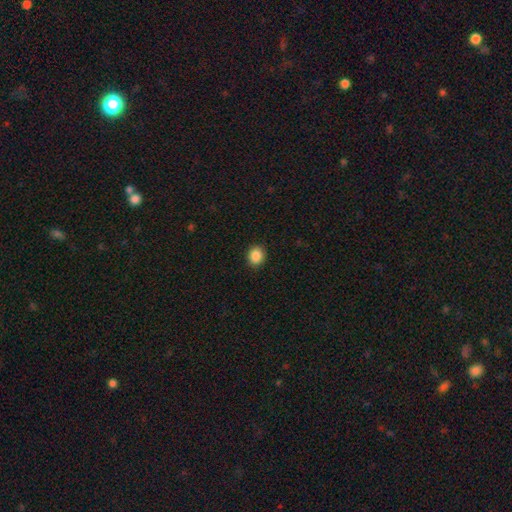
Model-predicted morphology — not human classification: smooth-or-featured: smooth: 88% | star or artifact: 9% | featured or disk: 3%
  how-rounded: round: 70% | in between: 29% | cigar-shaped: 1%
  merging: none: 90% | minor disturbance: 7% | major disturbance: 2% | merger: 1%